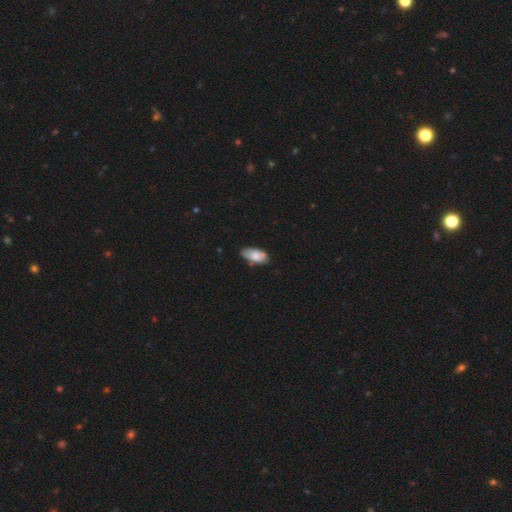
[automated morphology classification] A smooth galaxy with no disk features (75%) that is in between round and cigar-shaped (91%). Merging: none (72%).